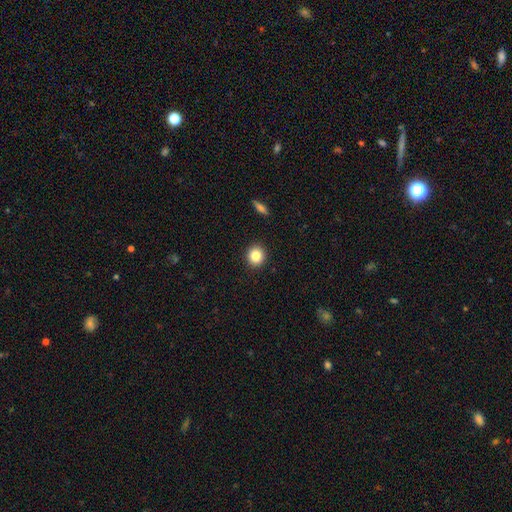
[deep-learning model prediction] smooth_or_featured: smooth (p=0.84) [alt: star or artifact p=0.10]
how_rounded: round (p=0.85) [alt: in between p=0.14]
merging: none (p=0.92) [alt: minor disturbance p=0.05]